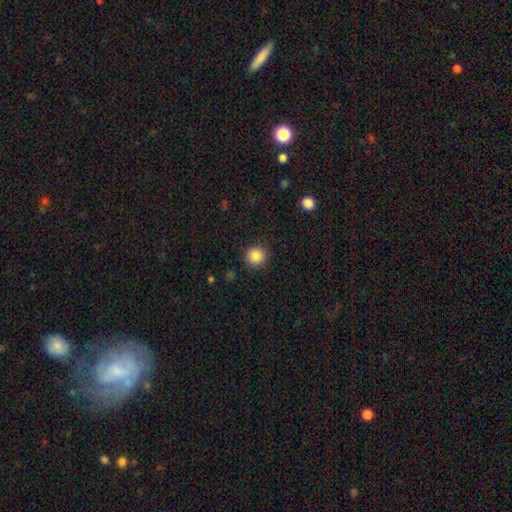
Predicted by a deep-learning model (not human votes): This appears to be a smooth galaxy with no disk features (86%) that is round (92%). Merging: none (90%).